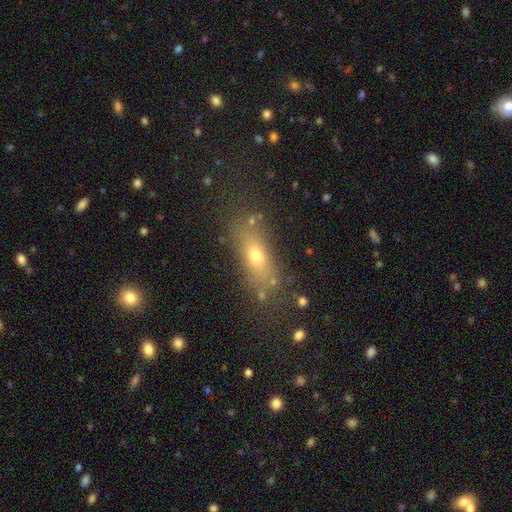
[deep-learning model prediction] smooth_or_featured: smooth (p=0.63) [alt: featured or disk p=0.23]
how_rounded: in between (p=0.59) [alt: cigar-shaped p=0.33]
merging: none (p=0.73) [alt: minor disturbance p=0.15]